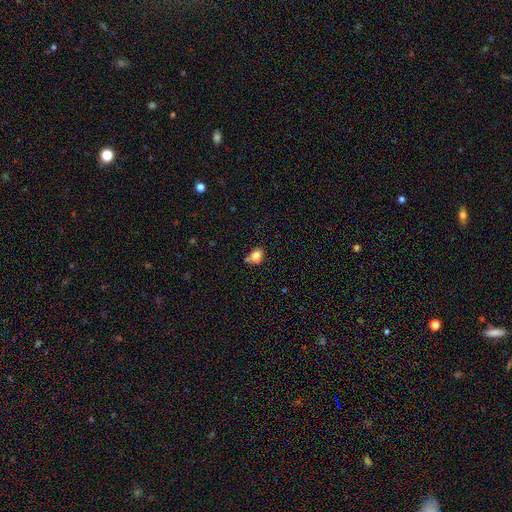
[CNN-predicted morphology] Q: Smooth or featured?
A: smooth (77%); runner-up: featured or disk (12%)
Q: How rounded?
A: in between (53%); runner-up: round (45%)
Q: Merging?
A: none (53%); runner-up: minor disturbance (26%)